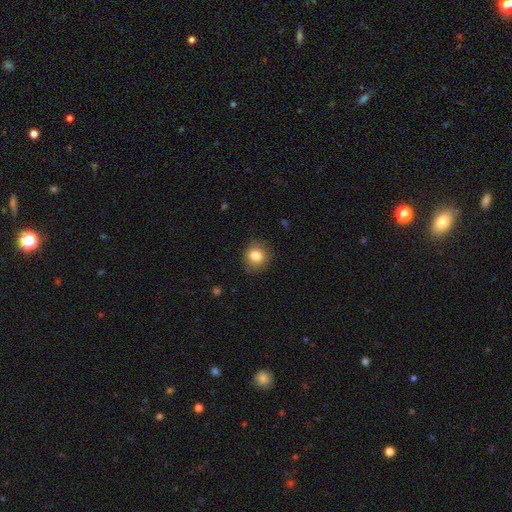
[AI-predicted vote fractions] Smooth or featured?
  - smooth: 82% *
  - star or artifact: 10%
  - featured or disk: 8%
How rounded?
  - round: 74% *
  - in between: 25%
  - cigar-shaped: 1%
Merging?
  - none: 83% *
  - minor disturbance: 13%
  - major disturbance: 3%
  - merger: 1%